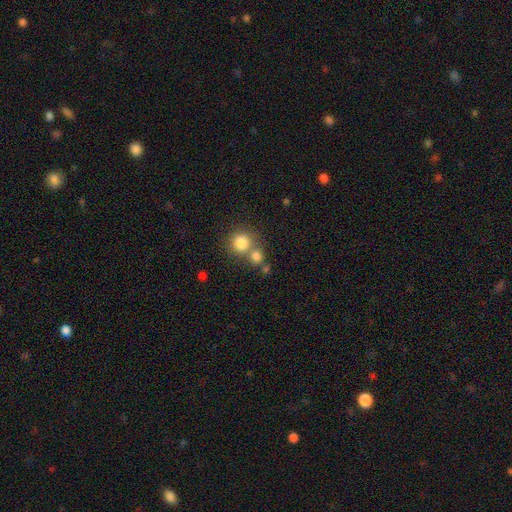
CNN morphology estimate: The model was most divided on "merging": none: 58%, merger: 32%, minor disturbance: 7%, major disturbance: 4%. More confident: how rounded — round (89%); smooth or featured — smooth (64%).